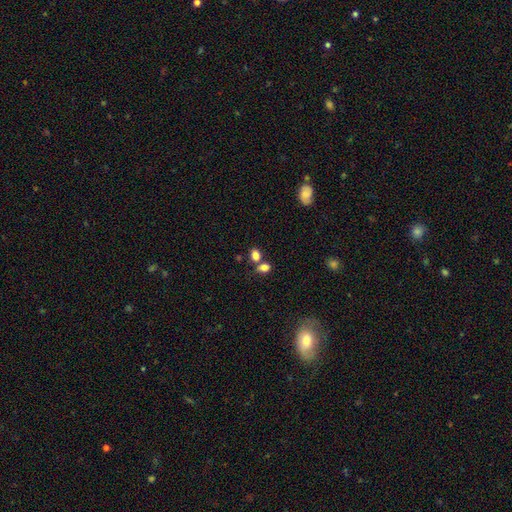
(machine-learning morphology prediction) Q: Smooth or featured?
A: smooth (80%); runner-up: star or artifact (13%)
Q: How rounded?
A: in between (68%); runner-up: round (31%)
Q: Merging?
A: none (50%); runner-up: merger (35%)